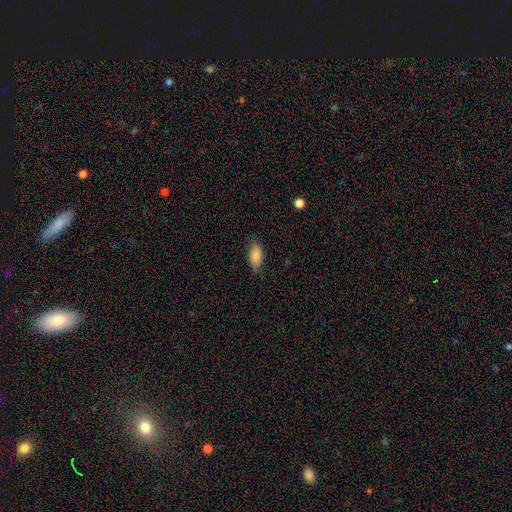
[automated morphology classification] Smooth or featured?
  - smooth: 81% *
  - featured or disk: 12%
  - star or artifact: 7%
How rounded?
  - in between: 91% *
  - cigar-shaped: 6%
  - round: 3%
Merging?
  - none: 75% *
  - minor disturbance: 20%
  - major disturbance: 4%
  - merger: 1%